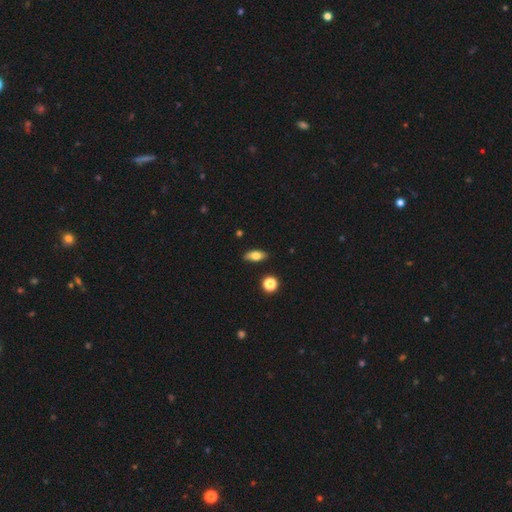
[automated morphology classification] smooth 72%, featured or disk 20%, star or artifact 8%. Down the decision tree: how rounded — in between (79%); merging — none (86%).